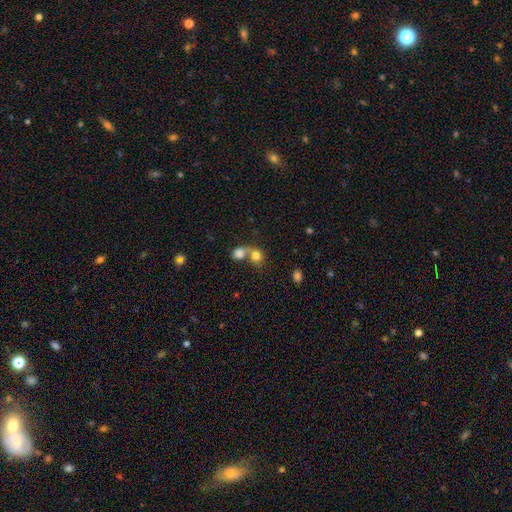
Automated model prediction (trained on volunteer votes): Morphology: type=smooth (80%); roundness=round (75%); merging=merger (54%).